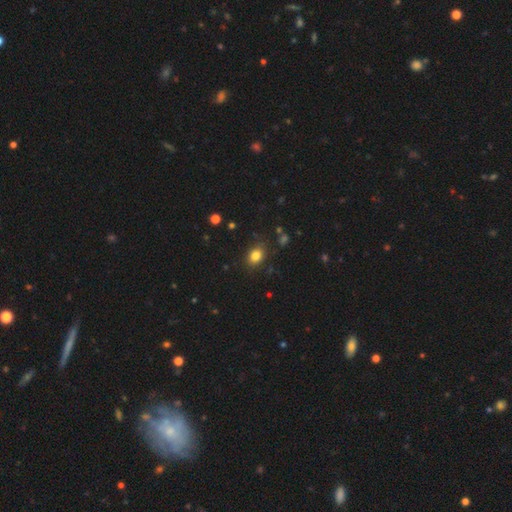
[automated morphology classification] Smooth or featured: smooth — 82% (star or artifact — 11%)
How rounded: in between — 62% (round — 37%)
Merging: none — 84% (minor disturbance — 11%)